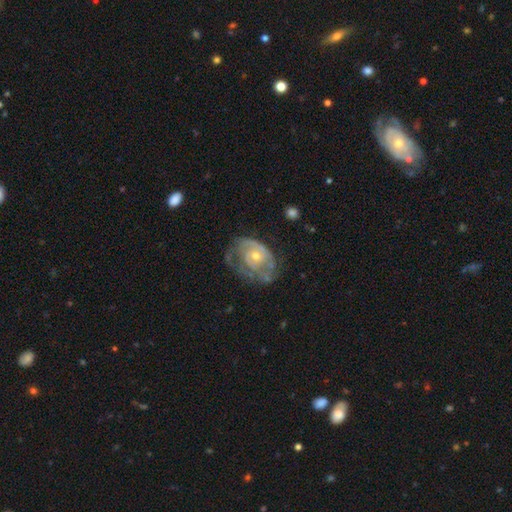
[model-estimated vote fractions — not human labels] Smooth or featured: featured or disk — 76% (smooth — 18%)
Edge-on disk: no — 97% (yes — 3%)
Bar: no — 78% (weak — 19%)
Spiral arms: yes — 79% (no — 21%)
Spiral winding: tight — 52% (medium — 34%)
Spiral arm count: can't tell — 37% (2 — 33%)
Bulge size: moderate — 48% (small — 47%)
Merging: none — 43% (minor disturbance — 28%)